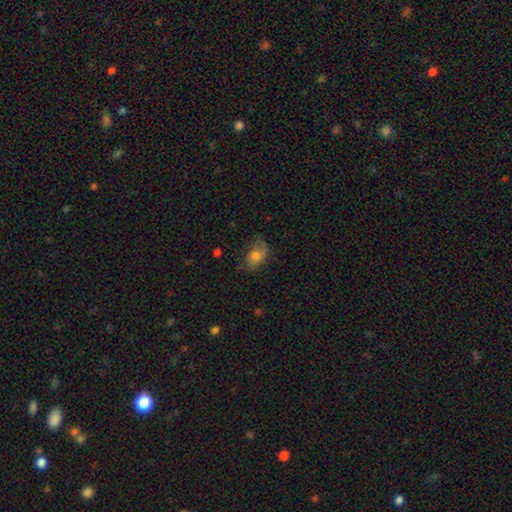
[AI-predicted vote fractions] Morphology: type=smooth (69%); roundness=in between (79%); merging=none (58%).